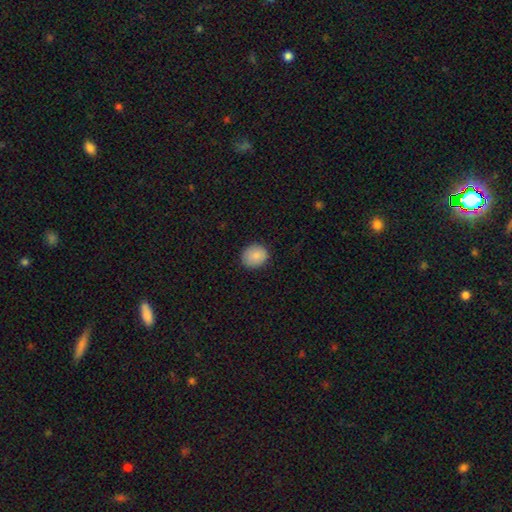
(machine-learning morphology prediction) The model was most divided on "how rounded": round: 76%, in between: 23%, cigar-shaped: 1%. More confident: merging — none (86%); smooth or featured — smooth (85%).